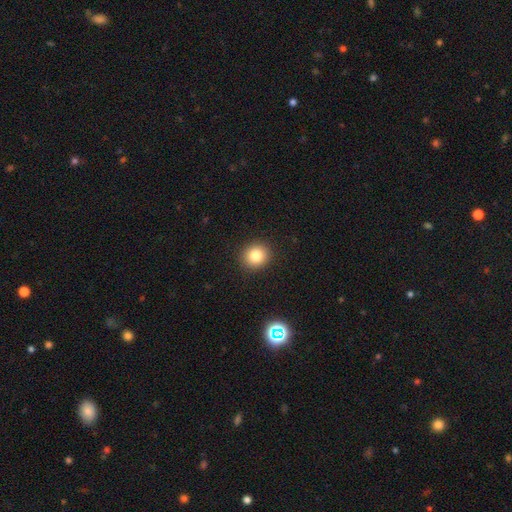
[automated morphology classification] A smooth galaxy with no disk features (81%) that is round (84%).

Vote fractions:
- Smooth or featured? smooth: 81% / star or artifact: 11% / featured or disk: 7%
- How rounded? round: 84% / in between: 15% / cigar-shaped: 1%
- Merging? none: 91% / minor disturbance: 6% / major disturbance: 2% / merger: 1%